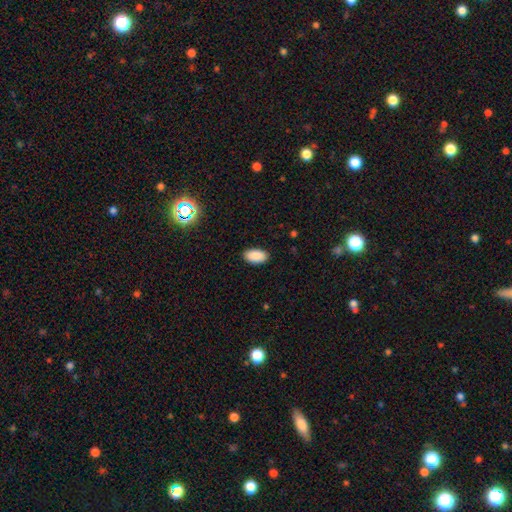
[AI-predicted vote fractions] This is clearly a smooth galaxy (89%). How rounded: clearly in between (95%). Merging: clearly none (89%).